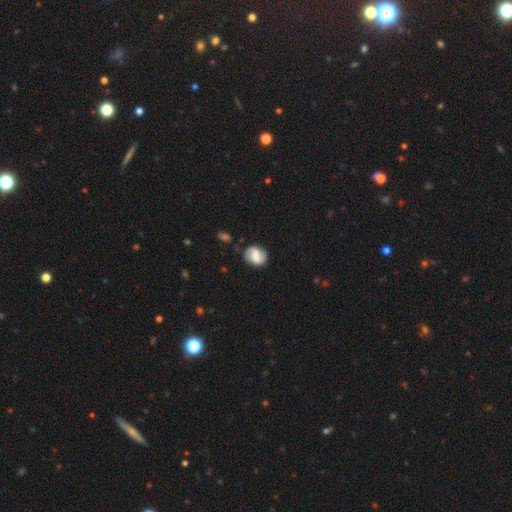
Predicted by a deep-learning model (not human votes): This is possibly a smooth galaxy (50%). Merging: likely none (75%).